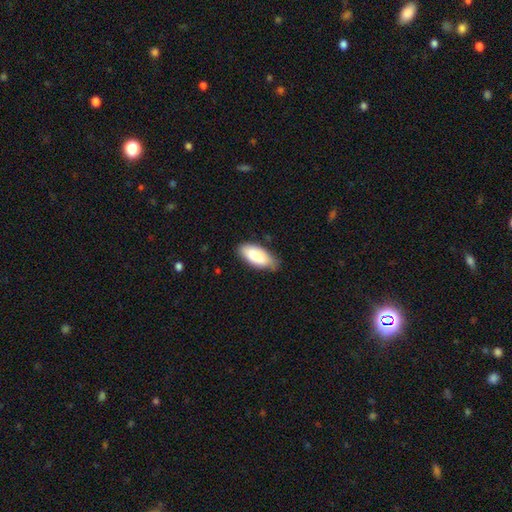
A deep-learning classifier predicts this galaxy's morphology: Q: Smooth or featured?
A: smooth (87%); runner-up: featured or disk (7%)
Q: How rounded?
A: in between (87%); runner-up: cigar-shaped (11%)
Q: Merging?
A: none (69%); runner-up: minor disturbance (25%)